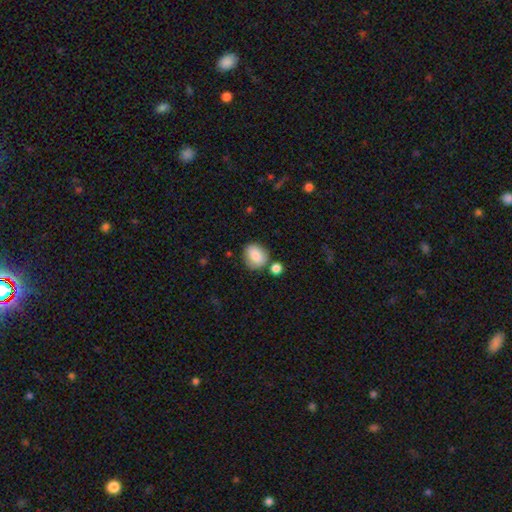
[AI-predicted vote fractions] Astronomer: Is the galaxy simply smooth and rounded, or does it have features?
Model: smooth — 83%.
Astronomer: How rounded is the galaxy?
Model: round — 66%.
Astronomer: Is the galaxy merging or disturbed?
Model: none — 71%.